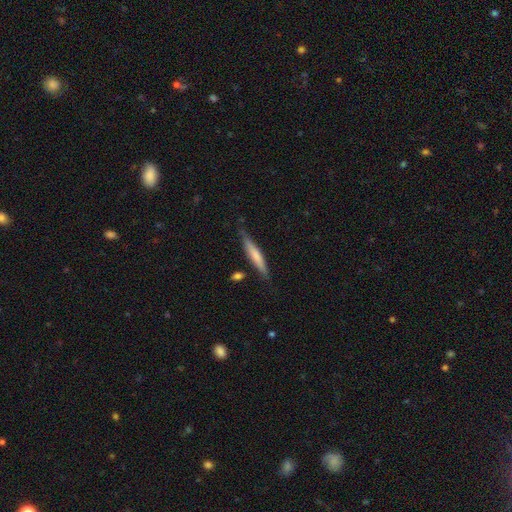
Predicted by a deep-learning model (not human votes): Overall: smooth (61%; featured or disk 34%). How rounded: cigar-shaped (91%). Merging: none (78%).